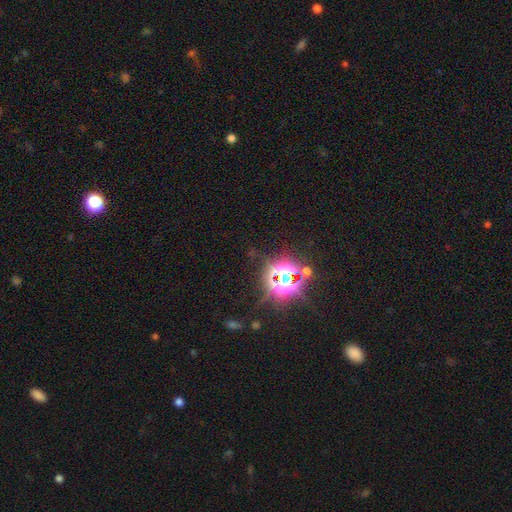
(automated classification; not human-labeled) Smooth or featured? star or artifact (80%)